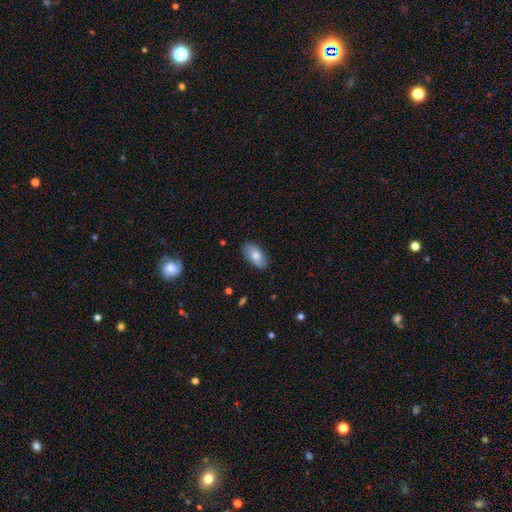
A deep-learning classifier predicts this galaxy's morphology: Smooth or featured? Predicted: smooth (p=0.77). How rounded? Predicted: in between (p=0.93). Merging? Predicted: none (p=0.81).